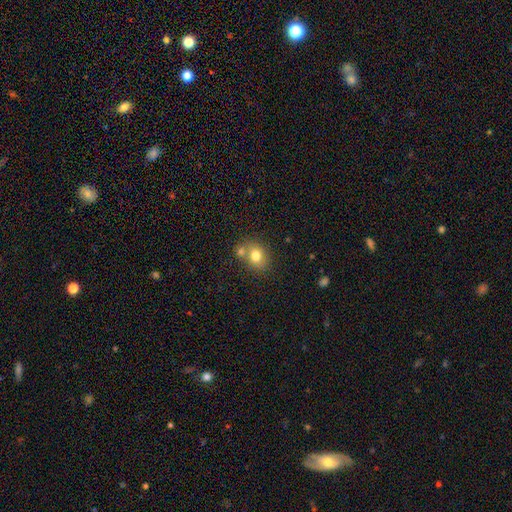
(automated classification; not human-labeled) Smooth or featured? Predicted: smooth (p=0.76). How rounded? Predicted: round (p=0.61). Merging? Predicted: none (p=0.55).